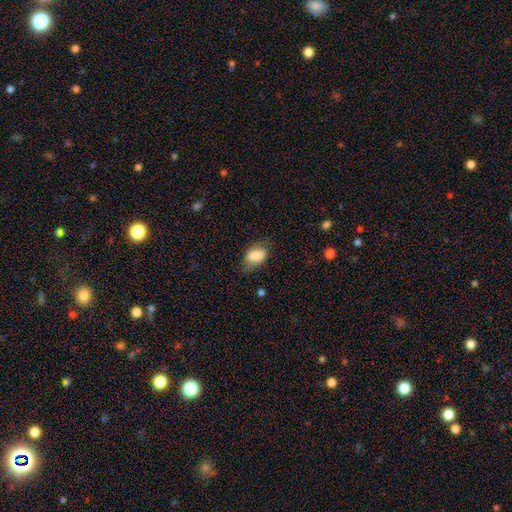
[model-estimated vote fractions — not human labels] A smooth galaxy with no disk features (75%) that is in between round and cigar-shaped (89%).

Vote fractions:
- Smooth or featured? smooth: 75% / featured or disk: 18% / star or artifact: 7%
- How rounded? in between: 89% / round: 8% / cigar-shaped: 3%
- Merging? none: 61% / minor disturbance: 26% / major disturbance: 11% / merger: 2%